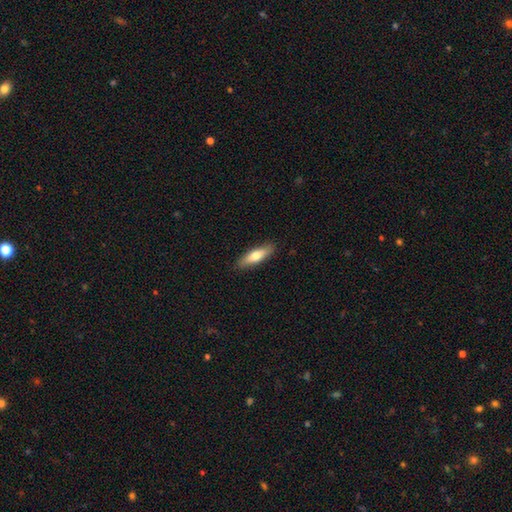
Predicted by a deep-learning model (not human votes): smooth_or_featured: smooth (p=0.68) [alt: featured or disk p=0.26]
how_rounded: cigar-shaped (p=0.56) [alt: in between p=0.42]
merging: none (p=0.88) [alt: minor disturbance p=0.09]